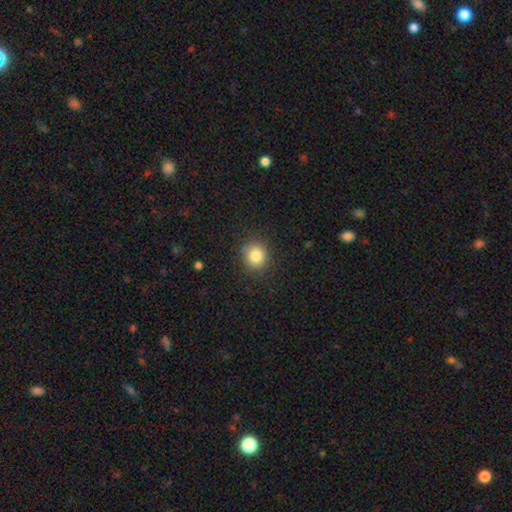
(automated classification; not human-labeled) Smooth or featured? Predicted: smooth (p=0.83). How rounded? Predicted: round (p=0.84). Merging? Predicted: none (p=0.87).